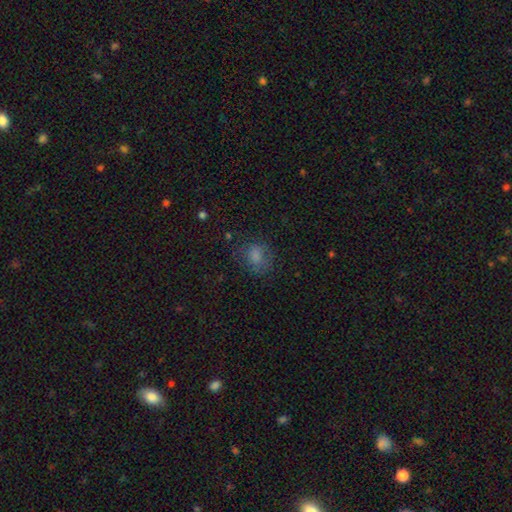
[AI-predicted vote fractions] Smooth or featured?
  - smooth: 73% *
  - star or artifact: 14%
  - featured or disk: 13%
How rounded?
  - round: 61% *
  - in between: 38%
  - cigar-shaped: 1%
Merging?
  - none: 64% *
  - minor disturbance: 21%
  - major disturbance: 13%
  - merger: 2%